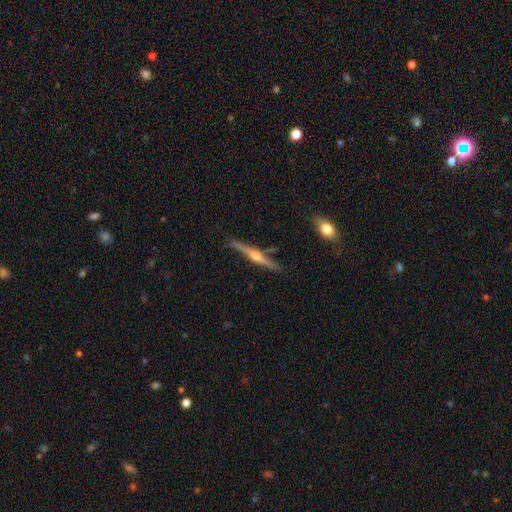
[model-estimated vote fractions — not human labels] Q: Smooth or featured?
A: featured or disk (81%); runner-up: smooth (13%)
Q: Edge-on disk?
A: yes (98%); runner-up: no (2%)
Q: Edge-on bulge?
A: rounded (93%); runner-up: boxy (4%)
Q: Merging?
A: none (84%); runner-up: minor disturbance (11%)